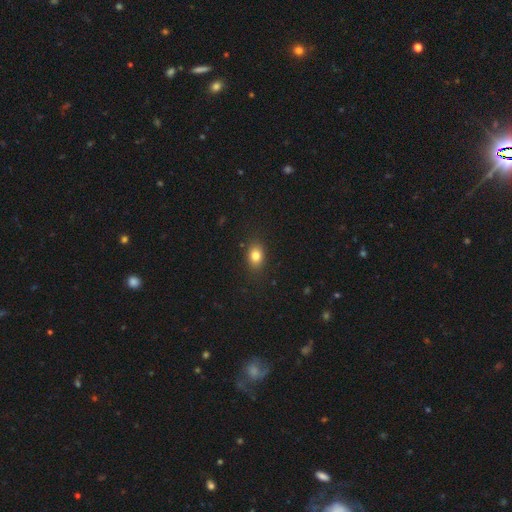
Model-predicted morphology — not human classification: The model was most divided on "how rounded": in between: 67%, round: 31%, cigar-shaped: 2%. More confident: merging — none (85%); smooth or featured — smooth (81%).